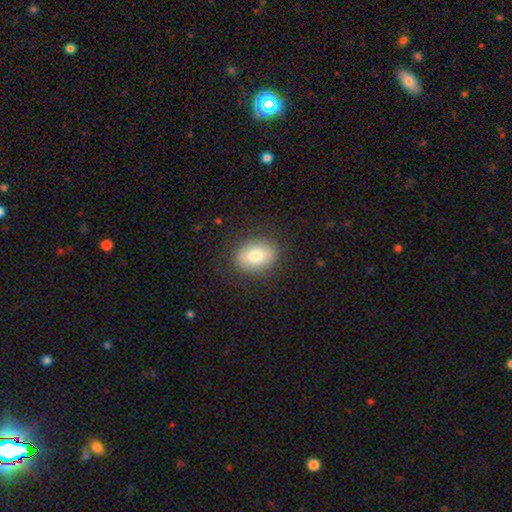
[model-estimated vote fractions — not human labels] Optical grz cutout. It shows a smooth galaxy with no disk features (77%) that is in between round and cigar-shaped (60%). Merging: none (86%).